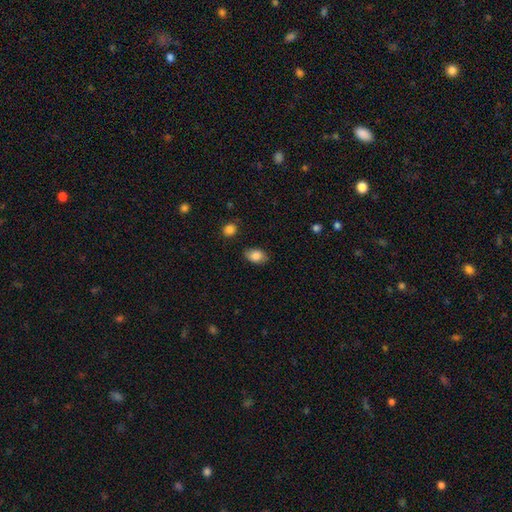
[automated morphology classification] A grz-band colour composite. It shows a smooth galaxy with no disk features (85%) that is in between round and cigar-shaped (85%). Merging: none (80%).